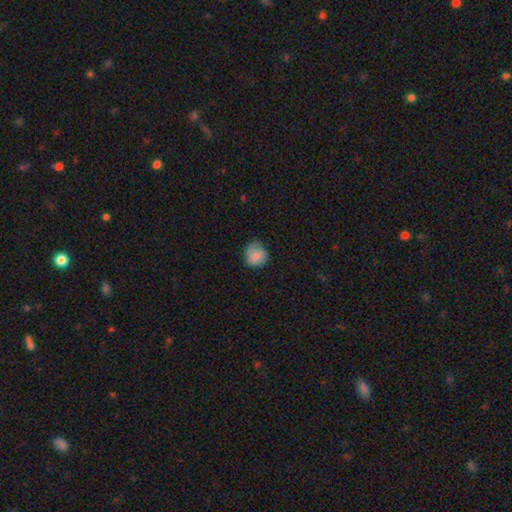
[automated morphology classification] Overall: smooth (82%). How rounded: round (74%). Merging: none (59%; minor disturbance 31%).